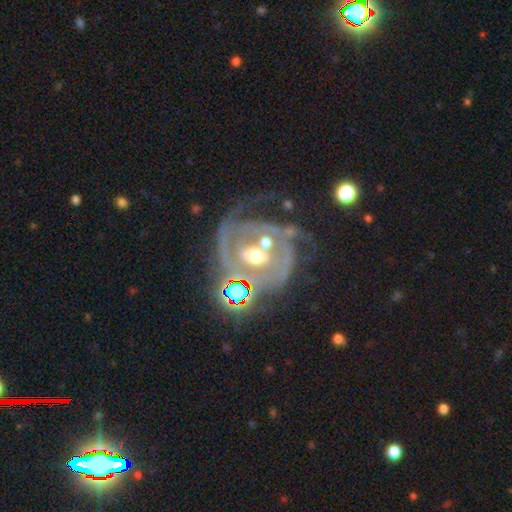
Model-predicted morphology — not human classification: The model was most divided on "spiral winding": tight: 43%, medium: 38%, loose: 18%. Remaining: edge-on disk — no (97%); spiral arms — yes (79%); smooth or featured — featured or disk (78%); bulge size — moderate (68%); bar — no (47%); spiral arm count — 2 (45%); merging — none (38%).